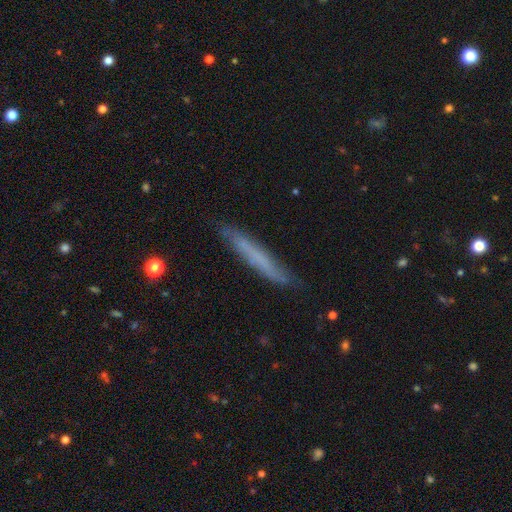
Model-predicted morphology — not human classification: Smooth or featured? smooth (56%)
How rounded? cigar-shaped (95%)
Merging? none (84%)